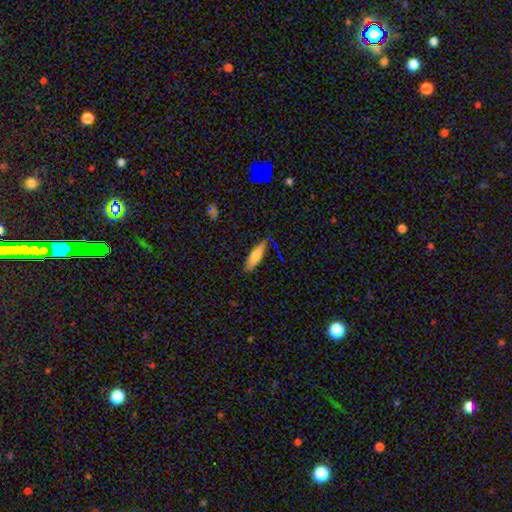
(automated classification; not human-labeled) Q: Smooth or featured?
A: smooth (74%); runner-up: featured or disk (19%)
Q: How rounded?
A: cigar-shaped (55%); runner-up: in between (43%)
Q: Merging?
A: none (81%); runner-up: minor disturbance (15%)